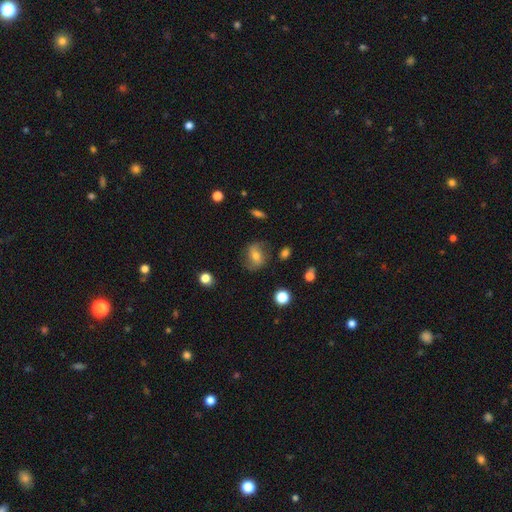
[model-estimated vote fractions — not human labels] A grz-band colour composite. It shows a smooth galaxy with no disk features (47%). Merging: none (72%).